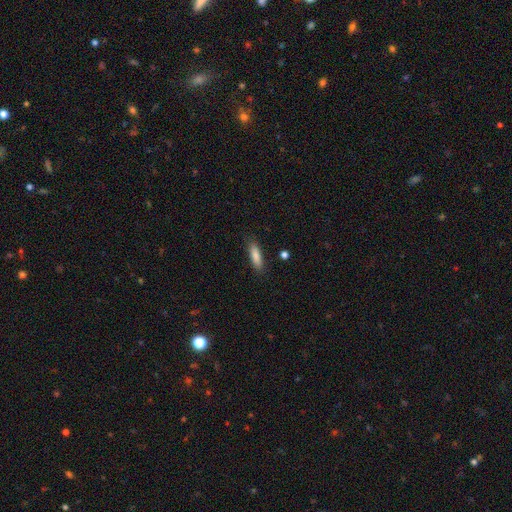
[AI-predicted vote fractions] Smooth or featured?
  - smooth: 84% *
  - featured or disk: 9%
  - star or artifact: 7%
How rounded?
  - cigar-shaped: 58% *
  - in between: 40%
  - round: 2%
Merging?
  - none: 86% *
  - minor disturbance: 10%
  - major disturbance: 2%
  - merger: 2%